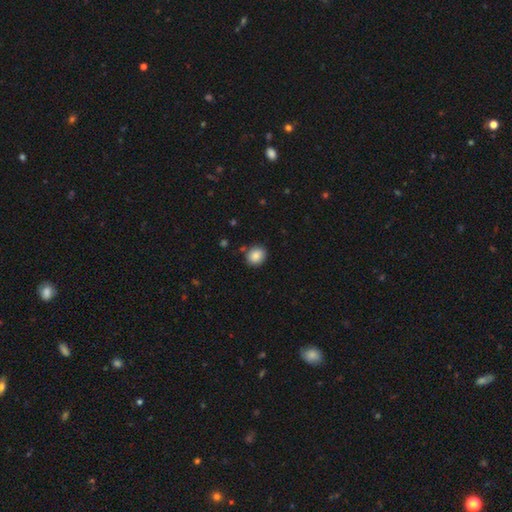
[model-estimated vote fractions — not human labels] smooth-or-featured: smooth: 87% | star or artifact: 9% | featured or disk: 5%
  how-rounded: round: 66% | in between: 33% | cigar-shaped: 1%
  merging: none: 83% | minor disturbance: 11% | merger: 3% | major disturbance: 3%